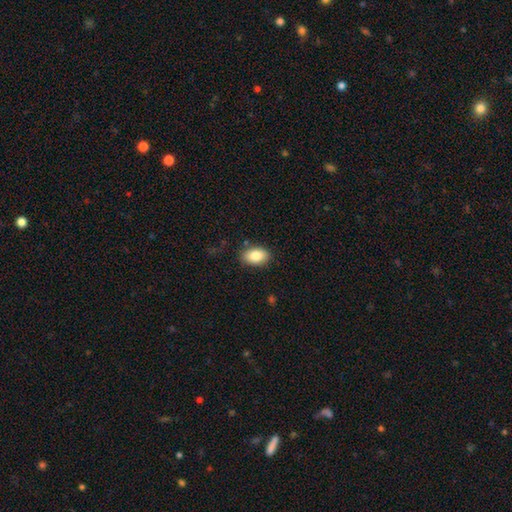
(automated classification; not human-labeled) The model was most divided on "merging": none: 85%, minor disturbance: 11%, major disturbance: 3%, merger: 2%. More confident: how rounded — in between (89%); smooth or featured — smooth (85%).